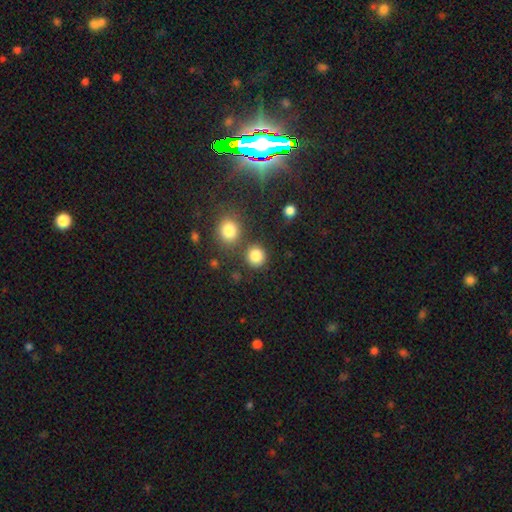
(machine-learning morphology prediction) Smooth or featured: smooth — 83% (star or artifact — 12%)
How rounded: round — 88% (in between — 11%)
Merging: none — 78% (merger — 10%)